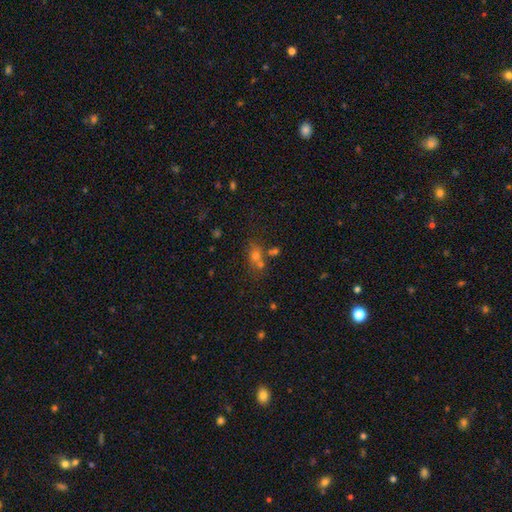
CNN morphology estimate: Overall: smooth (59%; star or artifact 25%). How rounded: round (58%; in between 39%). Merging: none (50%; merger 34%).